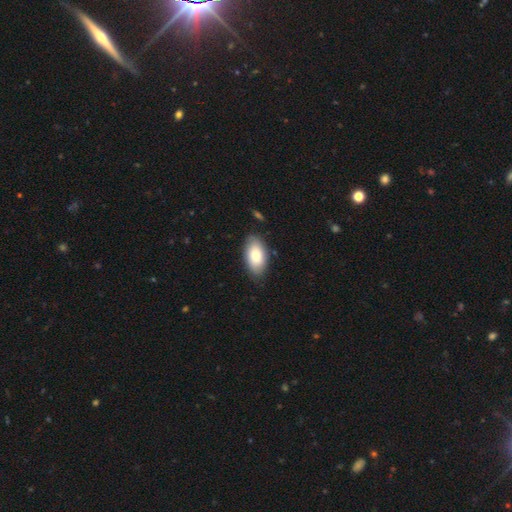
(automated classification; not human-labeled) Q: Smooth or featured?
A: smooth (84%); runner-up: featured or disk (10%)
Q: How rounded?
A: in between (95%); runner-up: round (3%)
Q: Merging?
A: none (82%); runner-up: minor disturbance (14%)